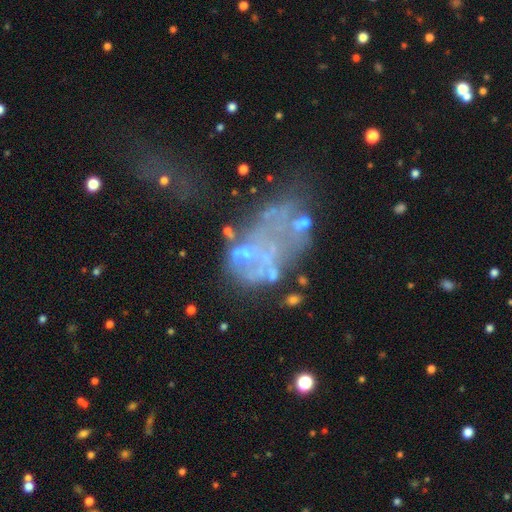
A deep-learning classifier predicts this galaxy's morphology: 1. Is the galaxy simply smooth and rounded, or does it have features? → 62% featured or disk, 19% star or artifact, 19% smooth.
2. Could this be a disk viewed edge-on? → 98% no, 2% yes.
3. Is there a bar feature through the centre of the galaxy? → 94% no, 4% weak, 2% strong.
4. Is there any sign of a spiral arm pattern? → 94% no, 6% yes.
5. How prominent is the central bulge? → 74% none, 15% small, 8% moderate, 2% large, 1% dominant.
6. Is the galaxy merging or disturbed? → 34% major disturbance, 26% none, 25% merger, 15% minor disturbance.